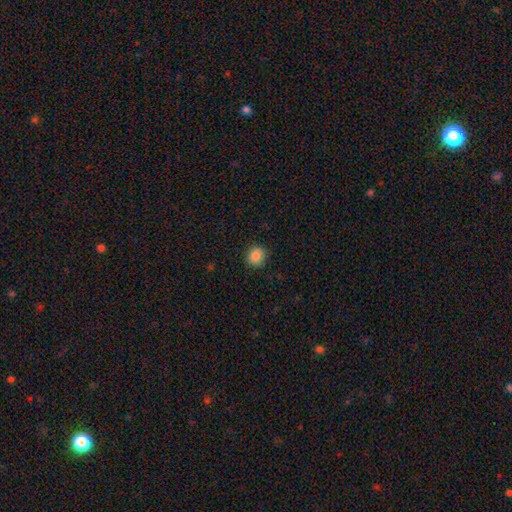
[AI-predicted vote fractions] Morphology: type=smooth (86%); roundness=round (87%); merging=none (89%).